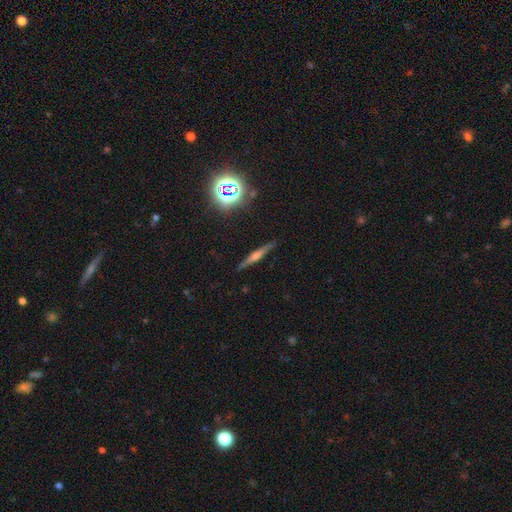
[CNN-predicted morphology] type=featured or disk (63%); edge-on=yes (97%); edge-on bulge=rounded (77%); merging=none (90%).